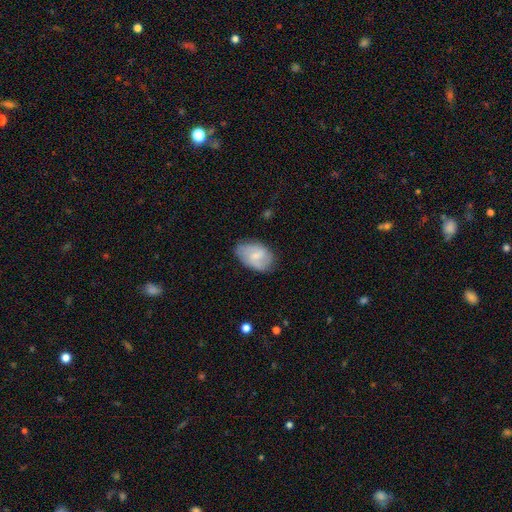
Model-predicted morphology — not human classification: Smooth or featured? Predicted: featured or disk (p=0.47). Merging? Predicted: none (p=0.69).